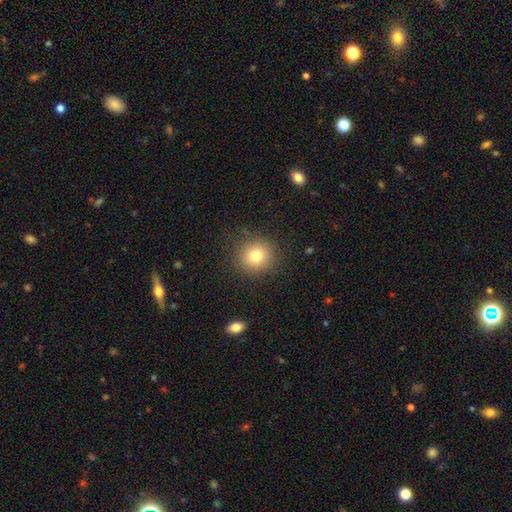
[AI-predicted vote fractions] Smooth or featured: smooth — 78% (star or artifact — 12%)
How rounded: round — 91% (in between — 8%)
Merging: none — 88% (minor disturbance — 8%)